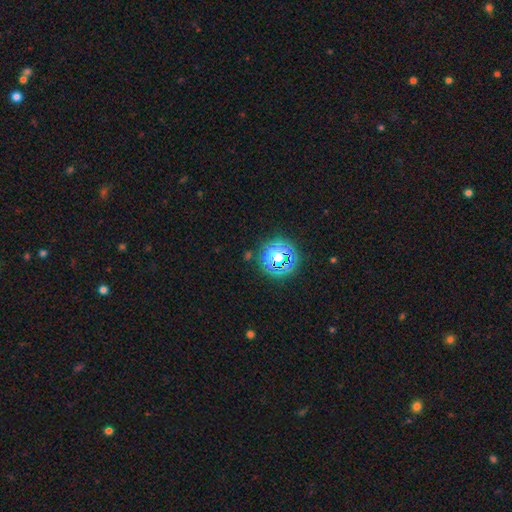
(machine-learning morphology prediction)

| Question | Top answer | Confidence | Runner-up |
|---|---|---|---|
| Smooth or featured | star or artifact | 75% | smooth (18%) |